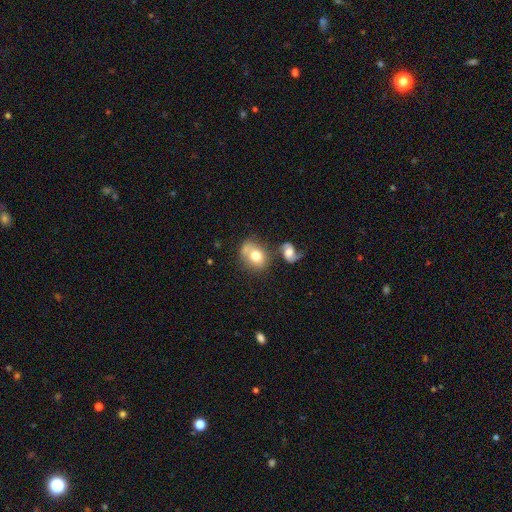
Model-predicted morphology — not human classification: smooth-or-featured: smooth: 68% | featured or disk: 24% | star or artifact: 8%
  how-rounded: round: 50% | in between: 49% | cigar-shaped: 1%
  merging: none: 41% | merger: 30% | minor disturbance: 18% | major disturbance: 11%